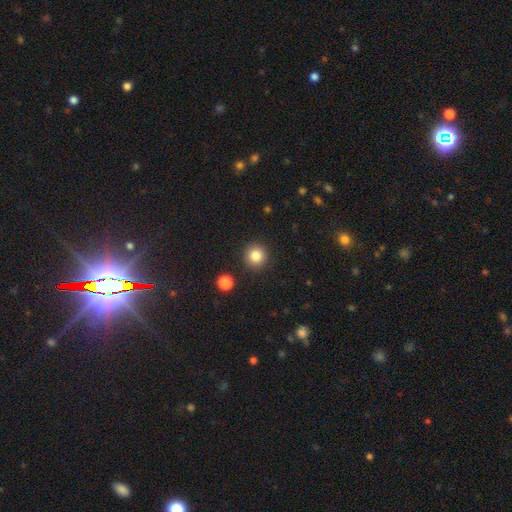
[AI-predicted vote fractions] Smooth or featured? Predicted: smooth (p=0.83). How rounded? Predicted: round (p=0.95). Merging? Predicted: none (p=0.91).